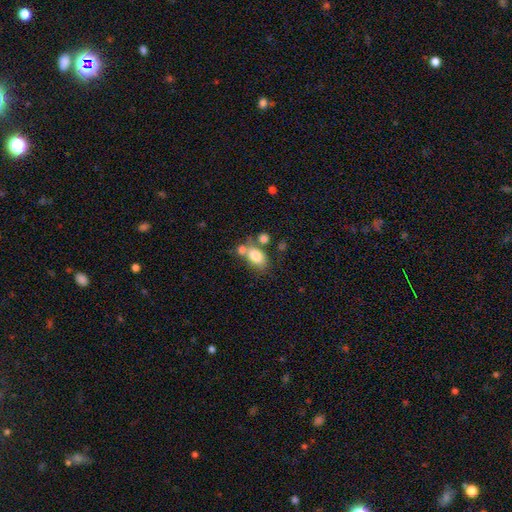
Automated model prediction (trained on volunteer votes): Smooth or featured? smooth (80%)
How rounded? in between (82%)
Merging? none (45%)